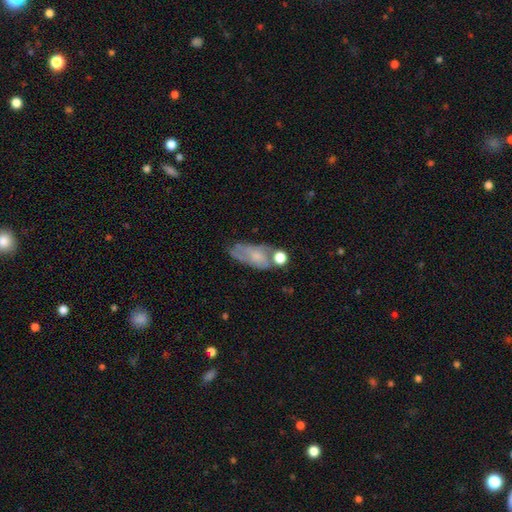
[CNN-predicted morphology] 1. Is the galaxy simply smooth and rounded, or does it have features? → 48% smooth, 42% featured or disk, 9% star or artifact.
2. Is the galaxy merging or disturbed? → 37% none, 26% minor disturbance, 19% merger, 18% major disturbance.